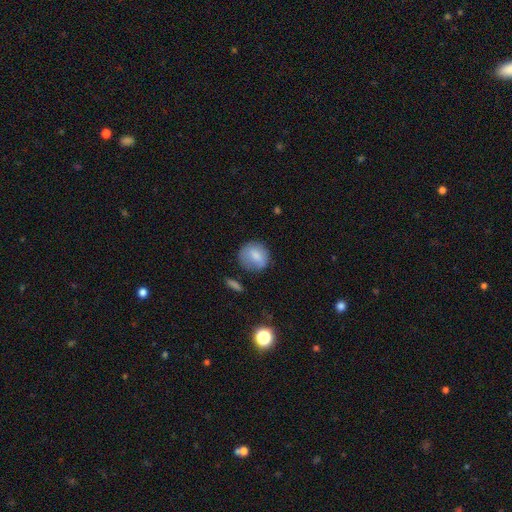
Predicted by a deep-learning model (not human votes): This appears to be a smooth galaxy with no disk features (77%) that is round (78%). Merging: none (69%).